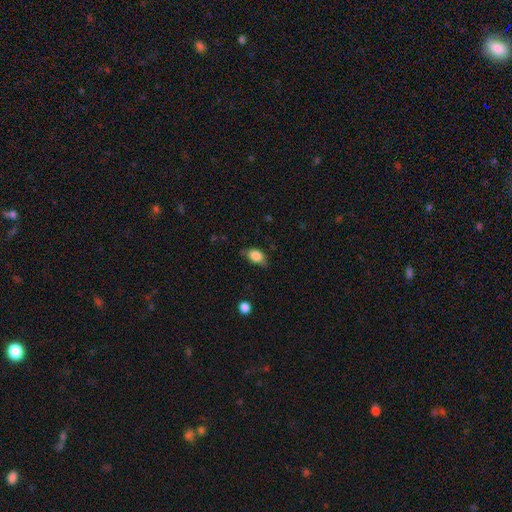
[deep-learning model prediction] Q: Smooth or featured?
A: smooth (81%); runner-up: featured or disk (11%)
Q: How rounded?
A: in between (78%); runner-up: round (20%)
Q: Merging?
A: none (58%); runner-up: minor disturbance (33%)